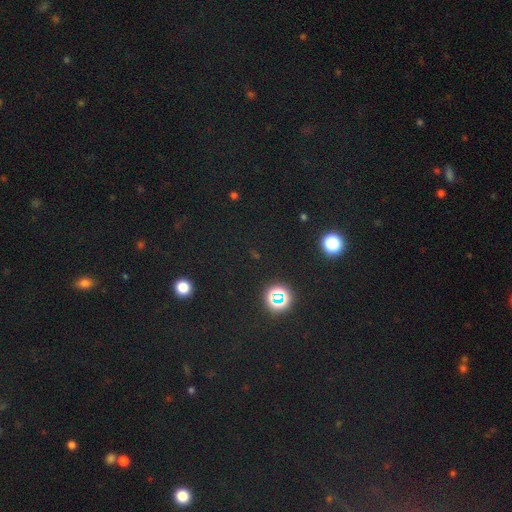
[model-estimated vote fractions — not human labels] Smooth or featured?
  - star or artifact: 66% *
  - smooth: 26%
  - featured or disk: 7%